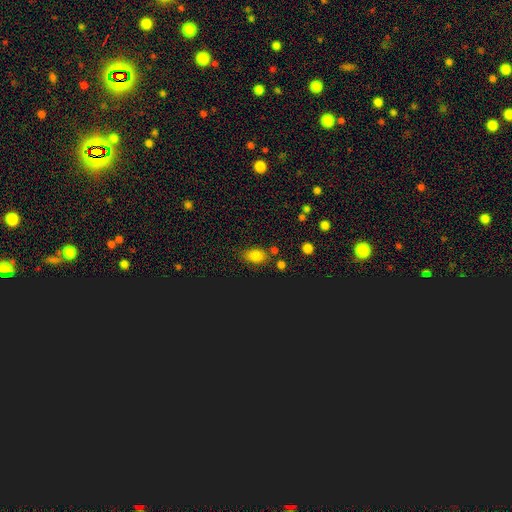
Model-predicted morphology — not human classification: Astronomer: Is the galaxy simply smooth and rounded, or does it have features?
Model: smooth — 74%.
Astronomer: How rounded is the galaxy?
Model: in between — 79%.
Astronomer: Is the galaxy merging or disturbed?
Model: none — 73%.